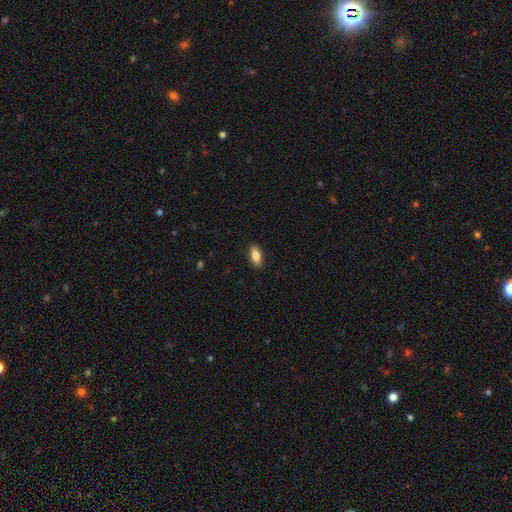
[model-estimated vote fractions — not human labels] Smooth or featured? smooth (79%)
How rounded? in between (84%)
Merging? none (90%)